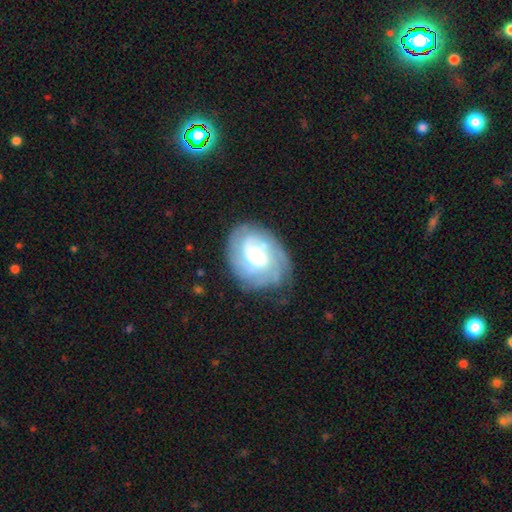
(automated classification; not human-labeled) The model was most divided on "bar": no: 53%, weak: 39%, strong: 9%. Remaining: edge-on disk — no (97%); spiral arms — yes (92%); smooth or featured — featured or disk (74%); merging — none (71%); spiral winding — tight (61%); bulge size — moderate (55%); spiral arm count — can't tell (41%).